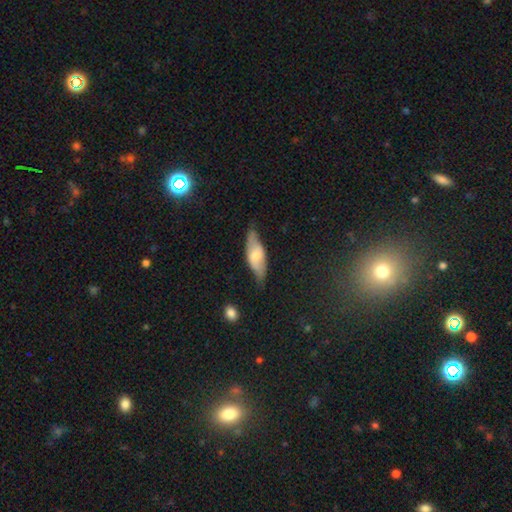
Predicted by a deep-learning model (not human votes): smooth-or-featured: smooth: 48% | featured or disk: 46% | star or artifact: 6%
  merging: none: 64% | minor disturbance: 27% | major disturbance: 7% | merger: 2%